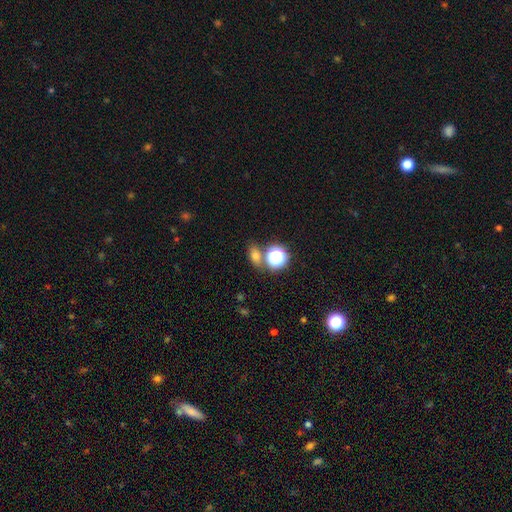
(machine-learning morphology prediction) A smooth galaxy with no disk features (67%) that is in between round and cigar-shaped (61%).

Vote fractions:
- Smooth or featured? smooth: 67% / star or artifact: 23% / featured or disk: 9%
- How rounded? in between: 61% / round: 35% / cigar-shaped: 4%
- Merging? none: 70% / merger: 15% / minor disturbance: 11% / major disturbance: 4%